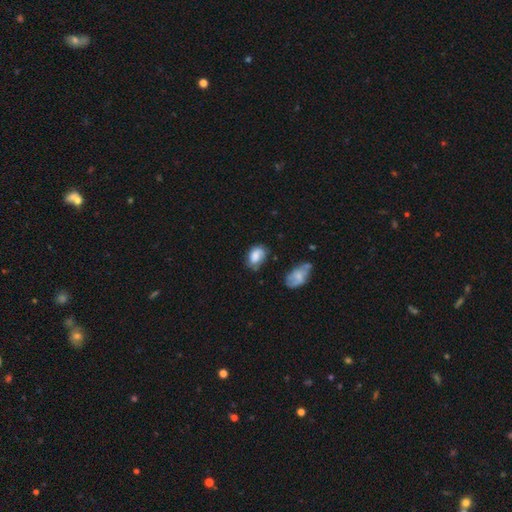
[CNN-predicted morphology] Overall: smooth (68%). How rounded: in between (81%). Merging: none (52%; minor disturbance 32%).